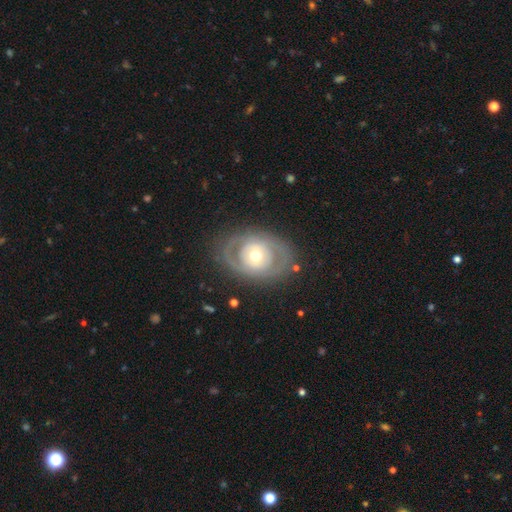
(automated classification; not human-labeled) The model was most divided on "spiral arms": no: 59%, yes: 41%. More confident: edge-on disk — no (94%); bar — no (81%); merging — none (77%); smooth or featured — featured or disk (69%); bulge size — moderate (68%).